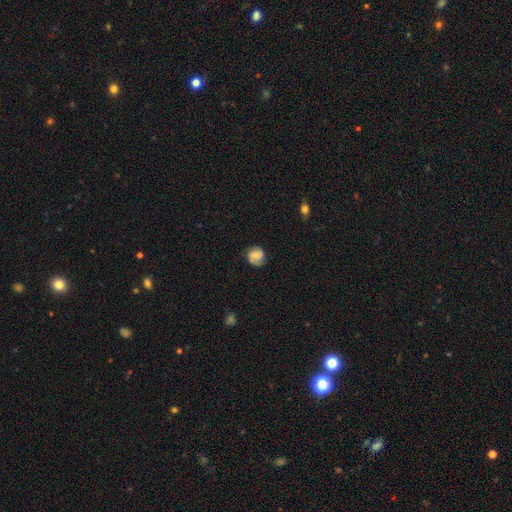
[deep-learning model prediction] smooth 49%, featured or disk 42%, star or artifact 9%. Down the decision tree: merging — none (72%).